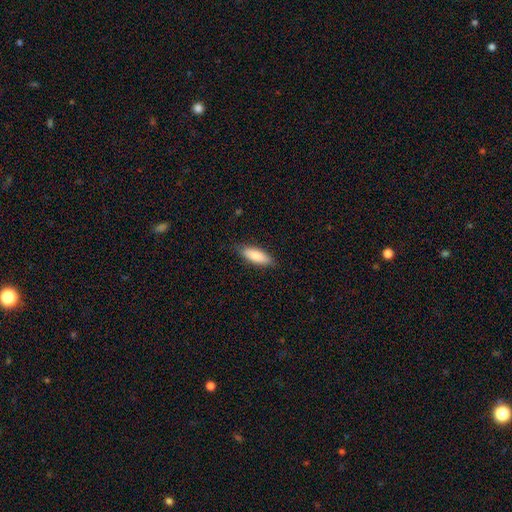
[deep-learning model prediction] smooth_or_featured: smooth (p=0.84) [alt: featured or disk p=0.10]
how_rounded: in between (p=0.63) [alt: cigar-shaped p=0.35]
merging: none (p=0.84) [alt: minor disturbance p=0.13]